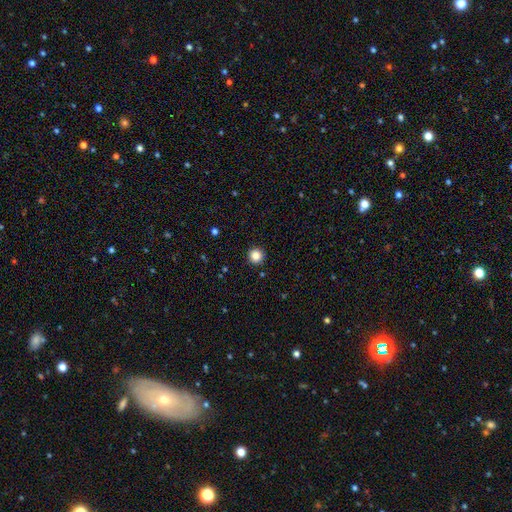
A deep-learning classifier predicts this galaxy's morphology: Smooth or featured? Predicted: smooth (p=0.85). How rounded? Predicted: round (p=0.96). Merging? Predicted: none (p=0.93).